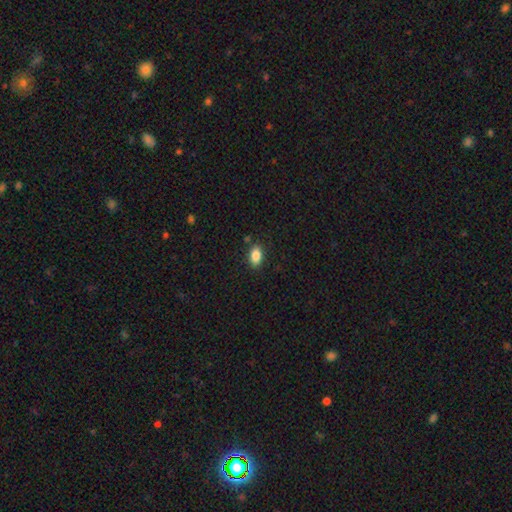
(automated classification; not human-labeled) Morphology: type=smooth (87%); roundness=in between (91%); merging=none (86%).